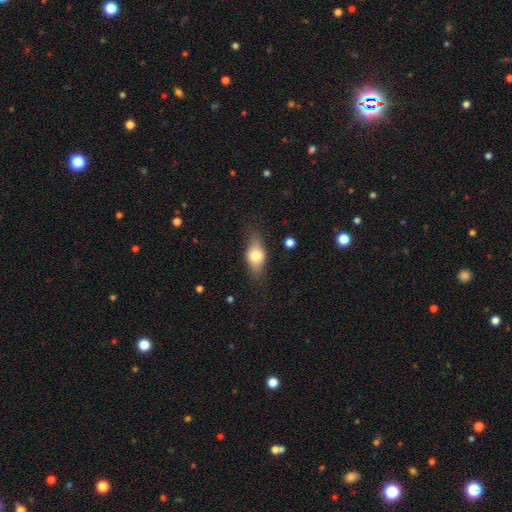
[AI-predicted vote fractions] smooth-or-featured: smooth: 69% | featured or disk: 24% | star or artifact: 8%
  how-rounded: in between: 78% | round: 12% | cigar-shaped: 10%
  merging: none: 74% | minor disturbance: 19% | major disturbance: 6% | merger: 1%